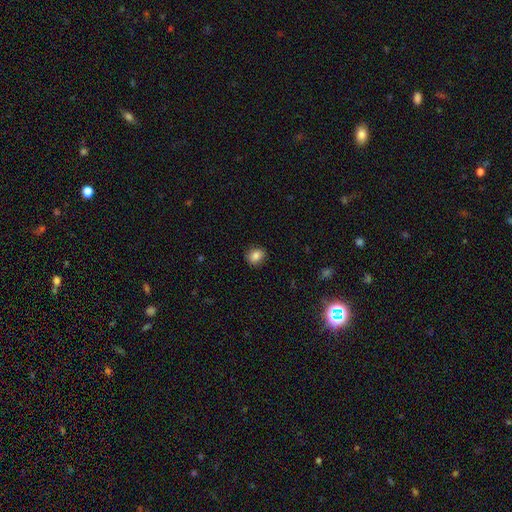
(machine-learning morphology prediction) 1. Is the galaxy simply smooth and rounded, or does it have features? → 85% smooth, 10% star or artifact, 6% featured or disk.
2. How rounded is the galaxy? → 55% round, 44% in between, 1% cigar-shaped.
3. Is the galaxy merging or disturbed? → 88% none, 9% minor disturbance, 2% major disturbance, 1% merger.